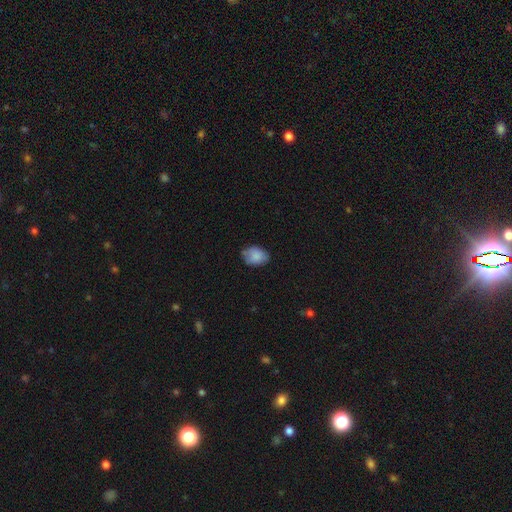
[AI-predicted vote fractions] Smooth or featured: smooth — 83% (featured or disk — 9%)
How rounded: in between — 70% (round — 29%)
Merging: none — 68% (minor disturbance — 25%)